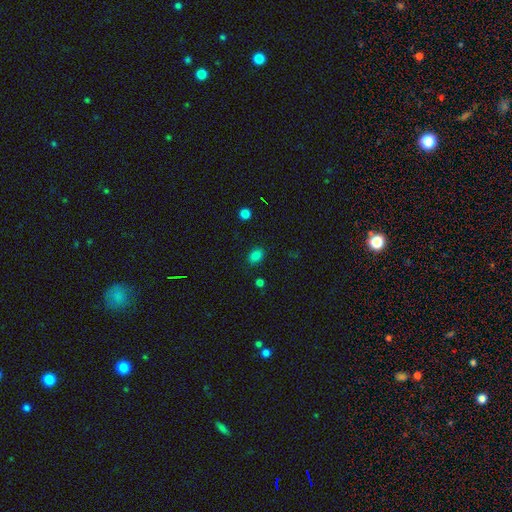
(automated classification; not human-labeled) The model was most divided on "how rounded": in between: 69%, round: 30%, cigar-shaped: 1%. More confident: merging — none (85%); smooth or featured — smooth (82%).